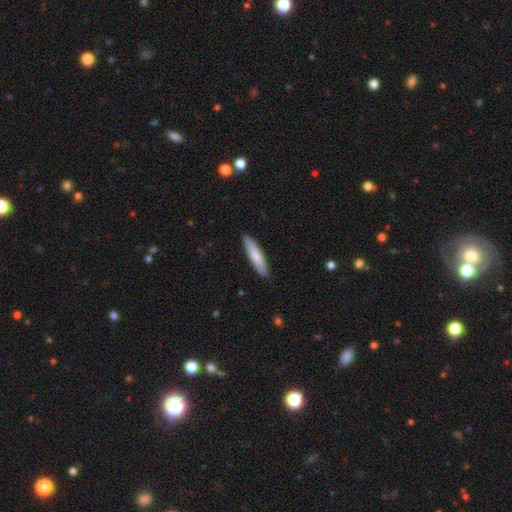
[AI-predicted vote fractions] Overall: smooth (75%). How rounded: cigar-shaped (83%). Merging: none (89%).